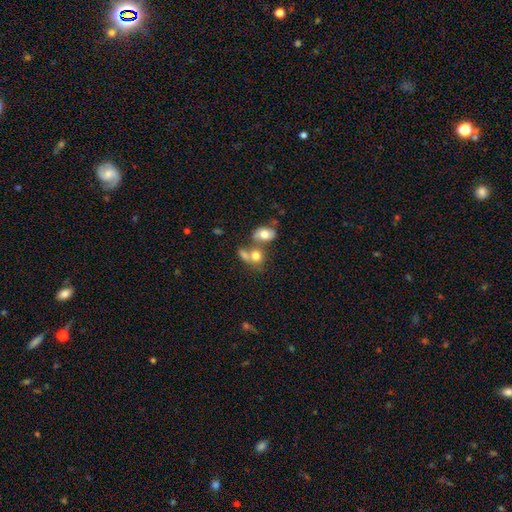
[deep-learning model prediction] Smooth or featured? smooth (72%)
How rounded? round (54%)
Merging? merger (47%)